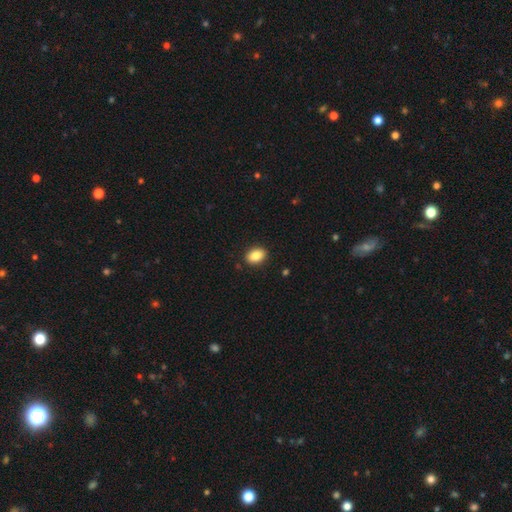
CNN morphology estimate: type=smooth (87%); roundness=in between (81%); merging=none (90%).